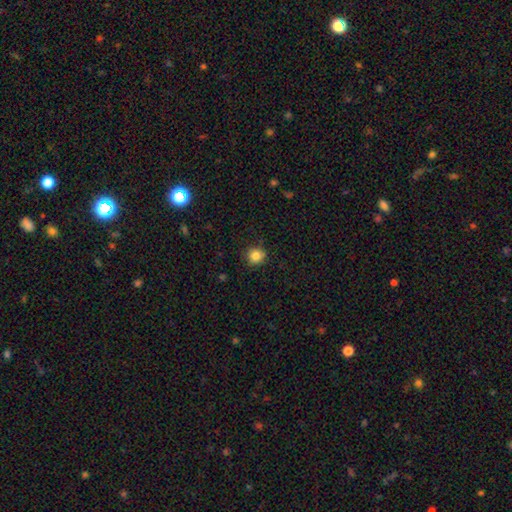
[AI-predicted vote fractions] Q: Smooth or featured?
A: smooth (84%); runner-up: star or artifact (11%)
Q: How rounded?
A: round (89%); runner-up: in between (10%)
Q: Merging?
A: none (84%); runner-up: minor disturbance (12%)